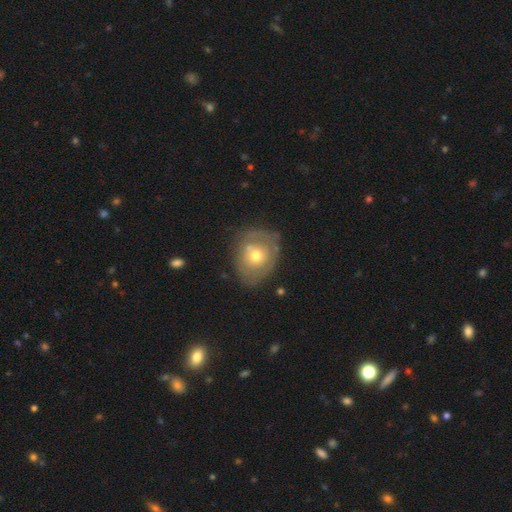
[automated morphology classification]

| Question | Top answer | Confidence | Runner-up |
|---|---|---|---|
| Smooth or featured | smooth | 48% | featured or disk (45%) |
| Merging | none | 63% | minor disturbance (23%) |